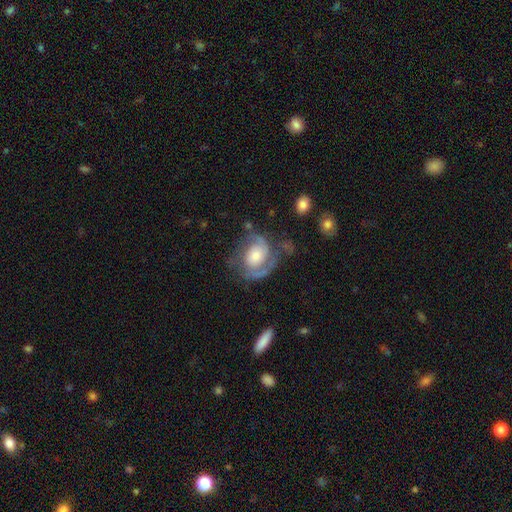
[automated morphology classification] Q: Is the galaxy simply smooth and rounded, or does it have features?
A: featured or disk — 82%.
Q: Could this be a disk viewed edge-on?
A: no — 97%.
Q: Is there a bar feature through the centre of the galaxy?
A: no — 68%.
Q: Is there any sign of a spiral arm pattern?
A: yes — 94%.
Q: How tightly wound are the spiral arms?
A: medium — 44%.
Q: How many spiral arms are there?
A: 2 — 72%.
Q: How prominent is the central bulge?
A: moderate — 49%.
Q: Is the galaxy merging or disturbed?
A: none — 59%.